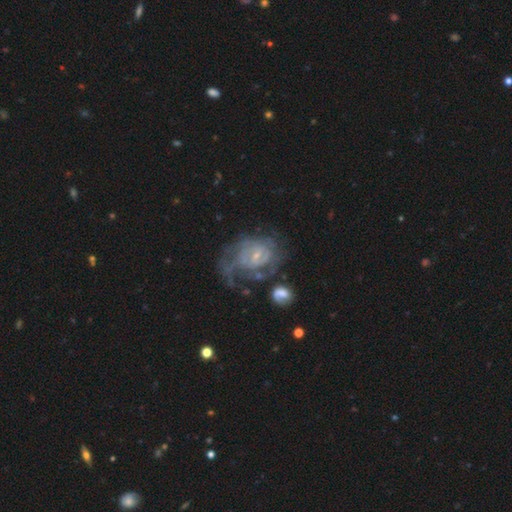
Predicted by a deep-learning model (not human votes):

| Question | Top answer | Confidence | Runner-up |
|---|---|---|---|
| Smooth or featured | featured or disk | 79% | smooth (13%) |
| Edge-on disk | no | 97% | yes (3%) |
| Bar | no | 48% | weak (44%) |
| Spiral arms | yes | 82% | no (18%) |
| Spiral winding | tight | 53% | medium (33%) |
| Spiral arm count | can't tell | 51% | 2 (23%) |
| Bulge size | small | 71% | moderate (19%) |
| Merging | none | 37% | major disturbance (31%) |